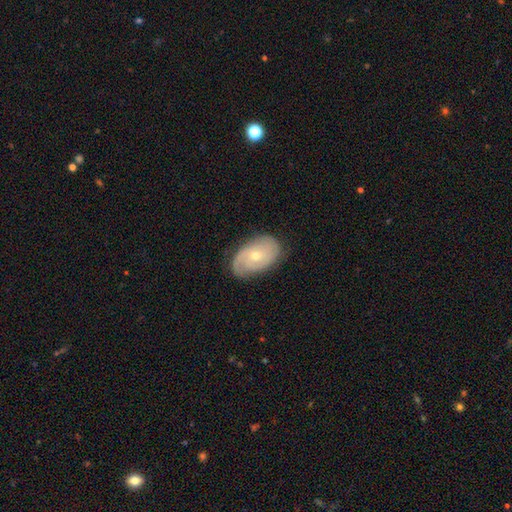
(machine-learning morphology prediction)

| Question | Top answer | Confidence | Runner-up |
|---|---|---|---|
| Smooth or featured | featured or disk | 73% | smooth (21%) |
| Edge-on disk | no | 95% | yes (5%) |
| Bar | no | 74% | weak (23%) |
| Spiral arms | yes | 89% | no (11%) |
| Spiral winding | tight | 58% | medium (31%) |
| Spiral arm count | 2 | 41% | can't tell (30%) |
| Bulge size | small | 52% | moderate (45%) |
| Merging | none | 75% | minor disturbance (19%) |